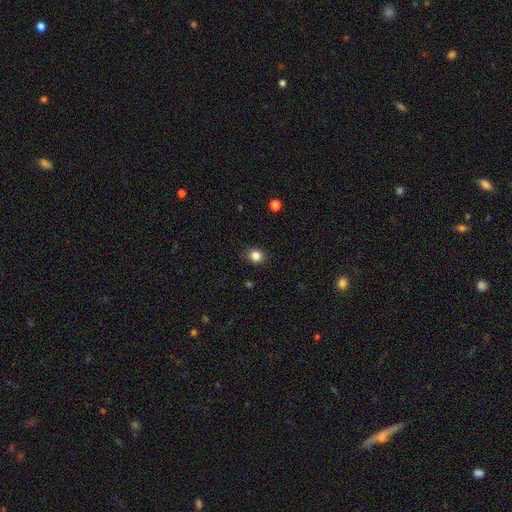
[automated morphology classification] This is clearly a smooth galaxy (84%). How rounded: likely round (77%). Merging: clearly none (89%).